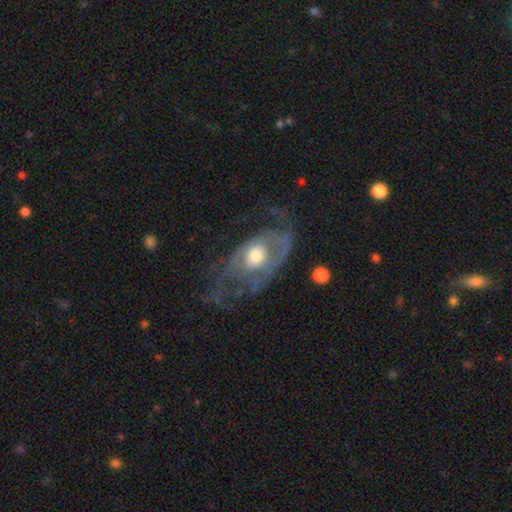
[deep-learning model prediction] featured or disk 76%, smooth 18%, star or artifact 6%. Down the decision tree: edge-on disk — no (94%); bar — no (78%); spiral arms — yes (71%); spiral arm count — 2 (40%); spiral winding — medium (39%); bulge size — moderate (65%); merging — none (41%).